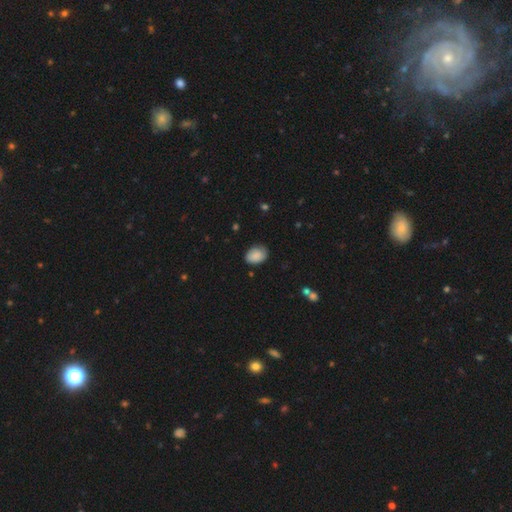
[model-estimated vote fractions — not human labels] Smooth or featured?
  - smooth: 85% *
  - featured or disk: 7%
  - star or artifact: 7%
How rounded?
  - in between: 74% *
  - round: 25%
  - cigar-shaped: 1%
Merging?
  - none: 74% *
  - minor disturbance: 21%
  - major disturbance: 4%
  - merger: 1%